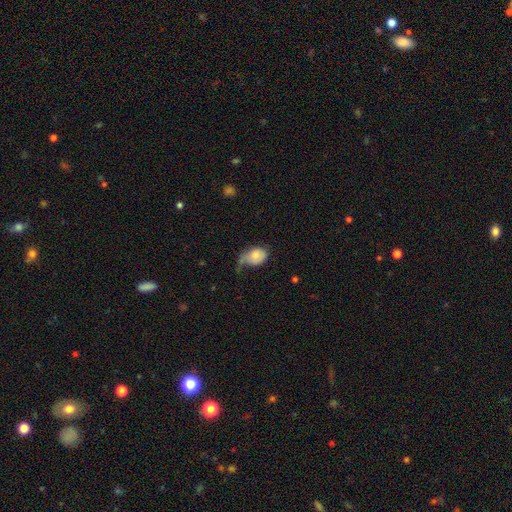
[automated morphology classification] Smooth or featured? smooth (73%)
How rounded? in between (73%)
Merging? minor disturbance (33%, tied with major disturbance)